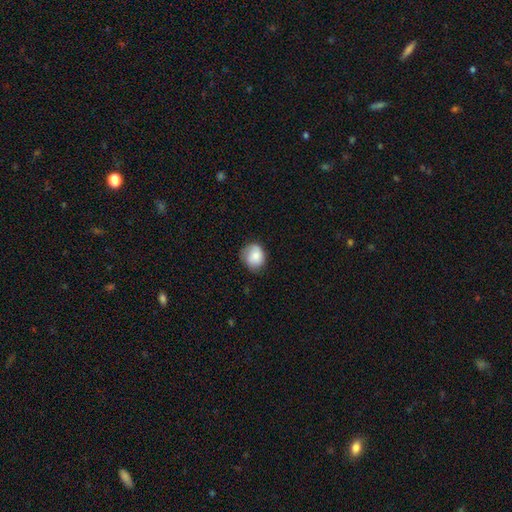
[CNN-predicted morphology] Q: Smooth or featured?
A: smooth (77%); runner-up: featured or disk (15%)
Q: How rounded?
A: round (70%); runner-up: in between (29%)
Q: Merging?
A: none (70%); runner-up: minor disturbance (24%)